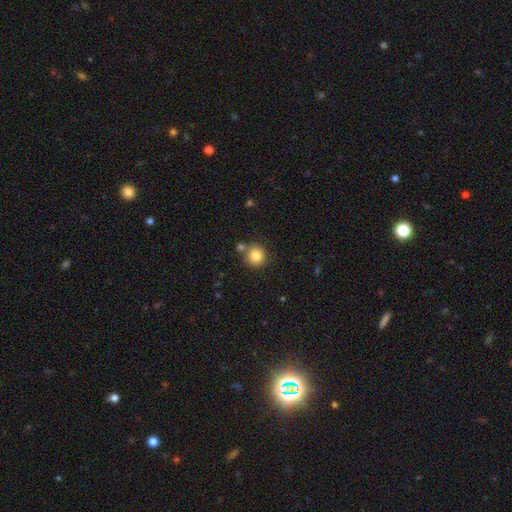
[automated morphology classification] smooth 83%, star or artifact 11%, featured or disk 7%. Down the decision tree: how rounded — round (91%); merging — none (76%).